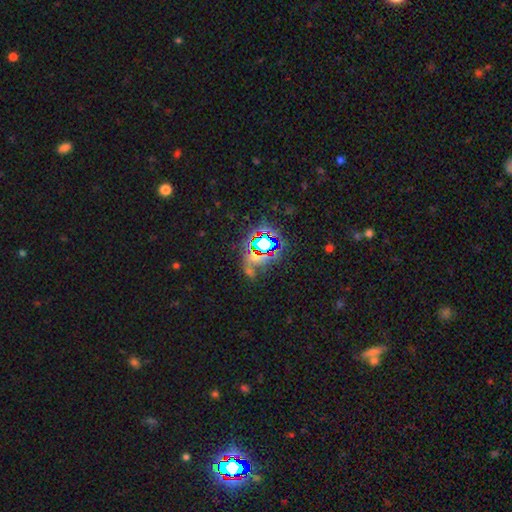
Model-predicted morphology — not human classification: This is likely a star or artifact rather than a galaxy (68%).